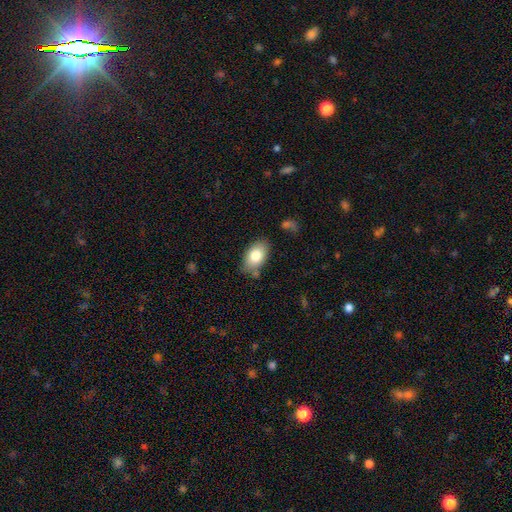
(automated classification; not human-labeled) smooth_or_featured: smooth (p=0.79) [alt: featured or disk p=0.14]
how_rounded: in between (p=0.90) [alt: round p=0.09]
merging: none (p=0.78) [alt: minor disturbance p=0.15]